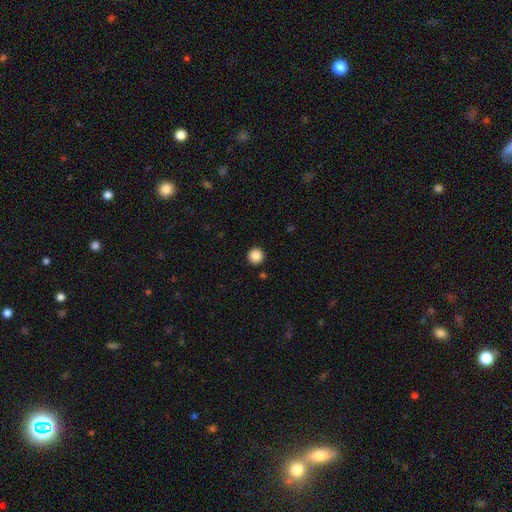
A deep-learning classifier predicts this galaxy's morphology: Smooth or featured?
  - smooth: 87% *
  - star or artifact: 10%
  - featured or disk: 3%
How rounded?
  - round: 96% *
  - in between: 3%
  - cigar-shaped: 1%
Merging?
  - none: 93% *
  - minor disturbance: 4%
  - major disturbance: 1%
  - merger: 1%